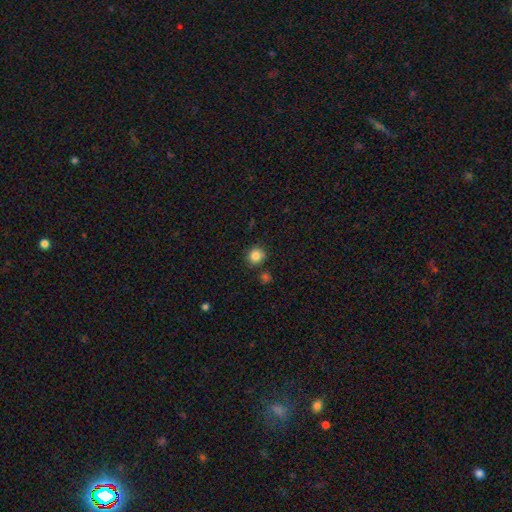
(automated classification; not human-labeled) A smooth galaxy with no disk features (85%) that is round (87%). Merging: none (83%).